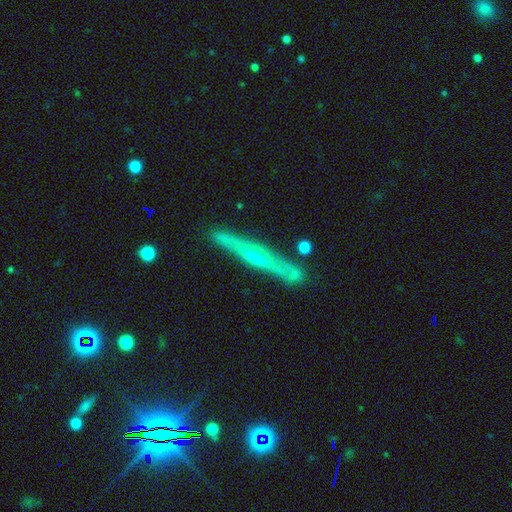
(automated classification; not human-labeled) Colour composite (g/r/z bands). It shows a featured or disk galaxy (73%) viewed edge-on (94%) with a rounded central bulge (71%). Merging: none (83%).